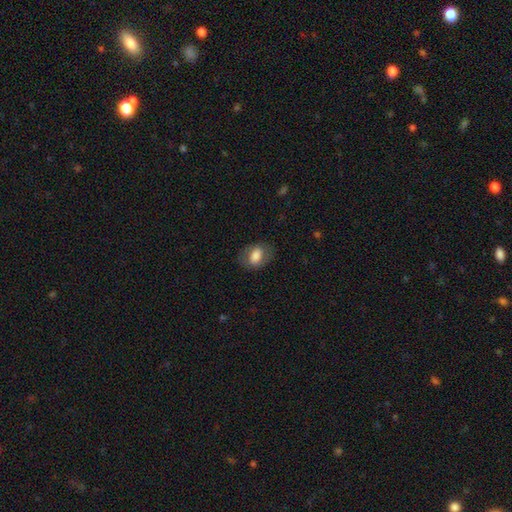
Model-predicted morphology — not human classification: Overall: smooth (74%). How rounded: in between (80%). Merging: none (75%).